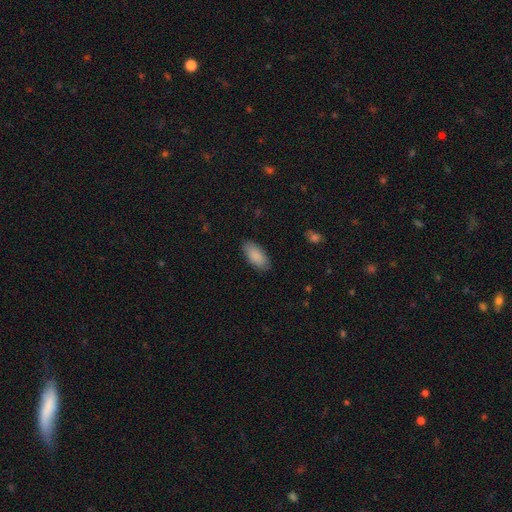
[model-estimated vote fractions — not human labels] smooth 89%, star or artifact 6%, featured or disk 5%. Down the decision tree: how rounded — in between (91%); merging — none (87%).